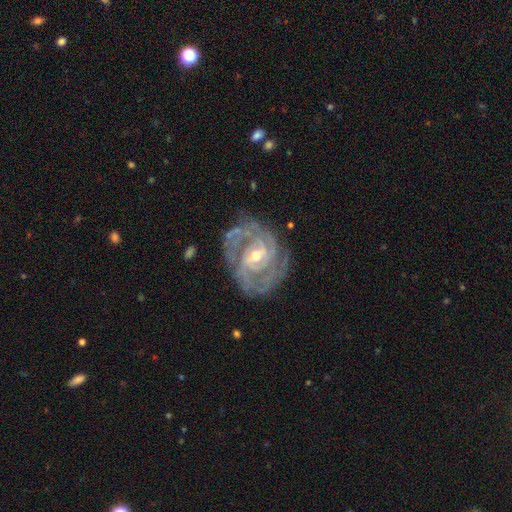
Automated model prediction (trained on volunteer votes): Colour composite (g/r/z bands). It shows a featured or disk galaxy (90%) with a weak bar (42%), 2 (33%) tight (66%) spiral arms (97%) and a moderate central bulge (49%). Merging: none (74%).